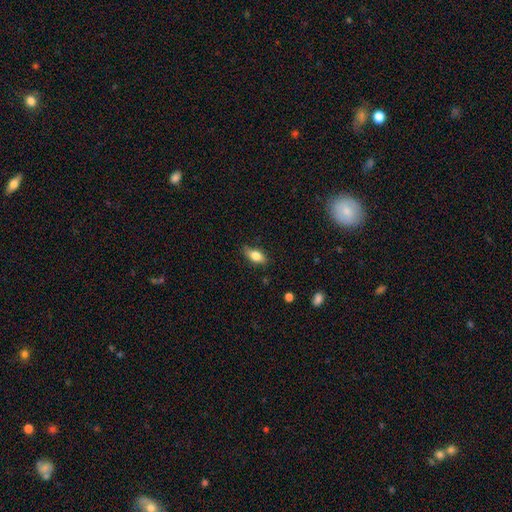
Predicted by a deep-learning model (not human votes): Smooth or featured? smooth (76%)
How rounded? in between (83%)
Merging? none (79%)